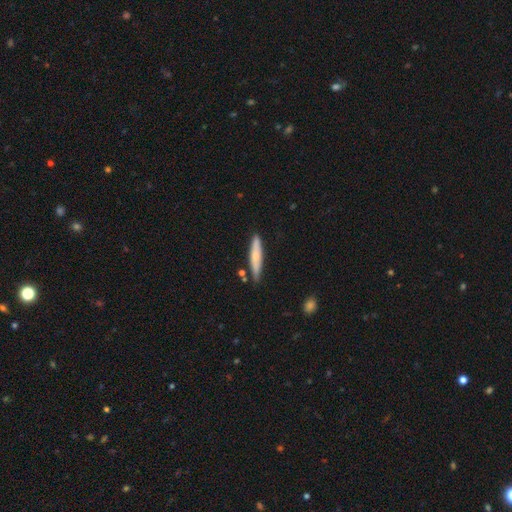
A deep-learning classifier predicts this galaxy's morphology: Smooth or featured? Predicted: smooth (p=0.61). How rounded? Predicted: cigar-shaped (p=0.88). Merging? Predicted: none (p=0.80).